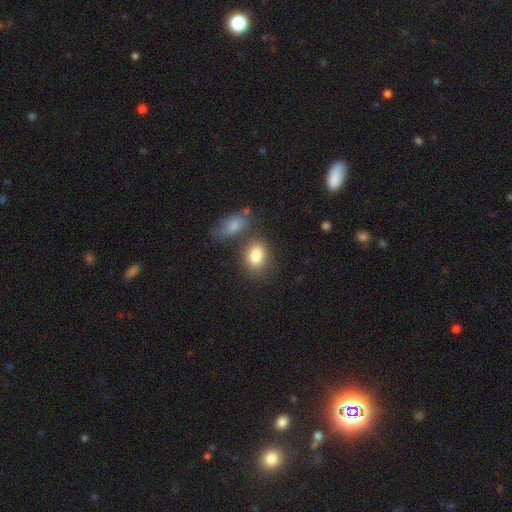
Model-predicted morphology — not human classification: A smooth galaxy with no disk features (83%) that is in between round and cigar-shaped (79%).

Vote fractions:
- Smooth or featured? smooth: 83% / featured or disk: 9% / star or artifact: 8%
- How rounded? in between: 79% / round: 19% / cigar-shaped: 2%
- Merging? none: 60% / merger: 21% / minor disturbance: 14% / major disturbance: 5%